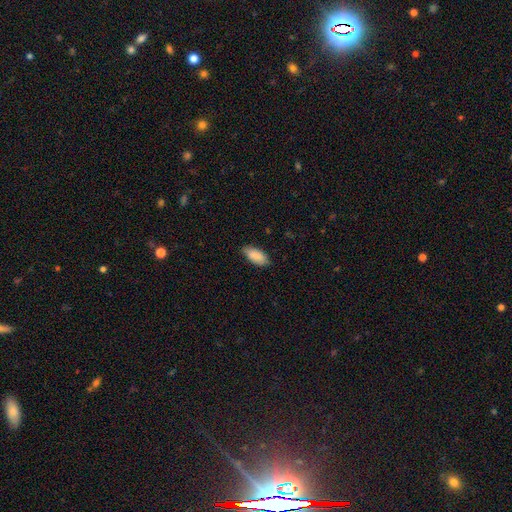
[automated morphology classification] smooth 88%, featured or disk 6%, star or artifact 6%. Down the decision tree: how rounded — in between (90%); merging — none (80%).